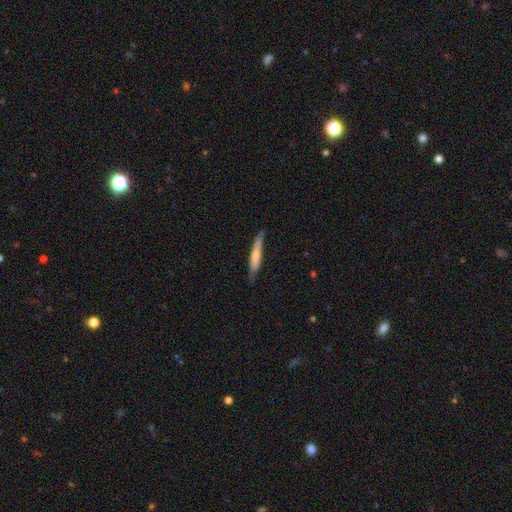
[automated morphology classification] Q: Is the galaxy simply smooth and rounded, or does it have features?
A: smooth — 65%.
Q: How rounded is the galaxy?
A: cigar-shaped — 90%.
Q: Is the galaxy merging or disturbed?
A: none — 72%.